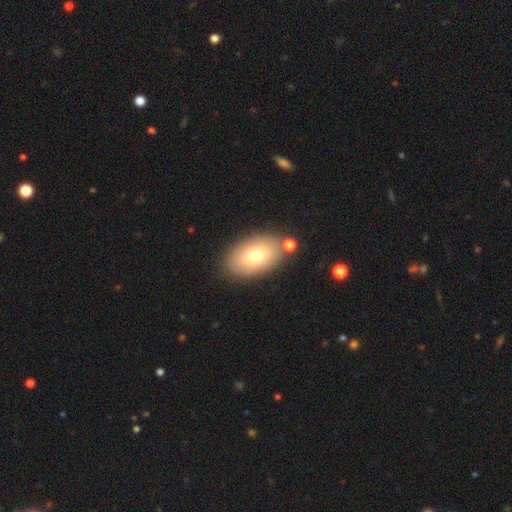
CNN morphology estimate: This is likely a smooth galaxy (74%). How rounded: clearly in between (90%). Merging: likely none (78%).